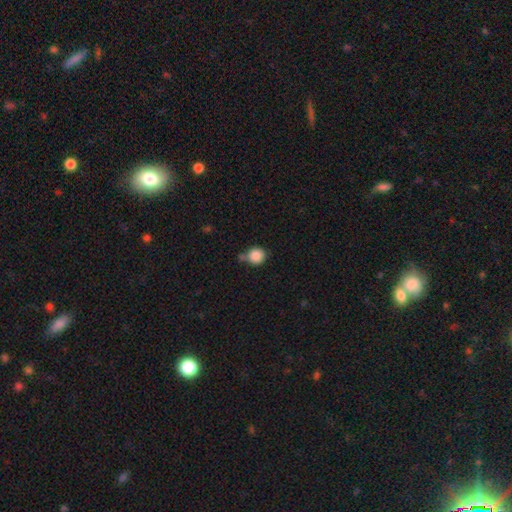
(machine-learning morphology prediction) type=smooth (87%); roundness=round (92%); merging=none (63%).